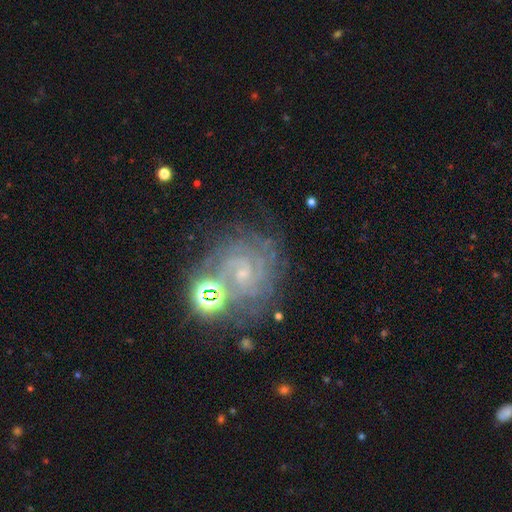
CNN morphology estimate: This appears to be a featured or disk galaxy (65%) with no bar (67%), tight (68%) spiral arms (86%) and a small central bulge (78%). Merging: none (60%).